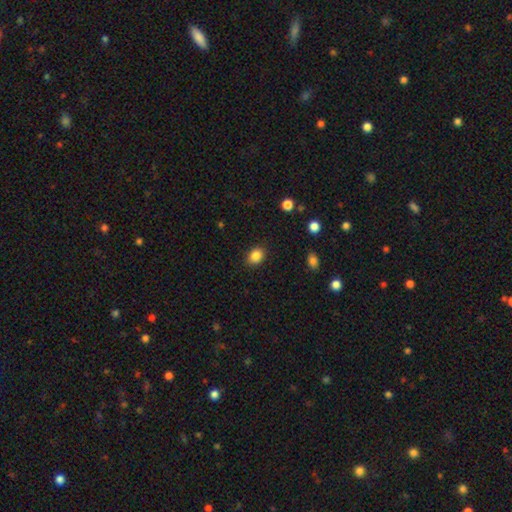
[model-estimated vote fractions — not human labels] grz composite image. It shows a smooth galaxy with no disk features (86%) that is in between round and cigar-shaped (60%). Merging: none (86%).